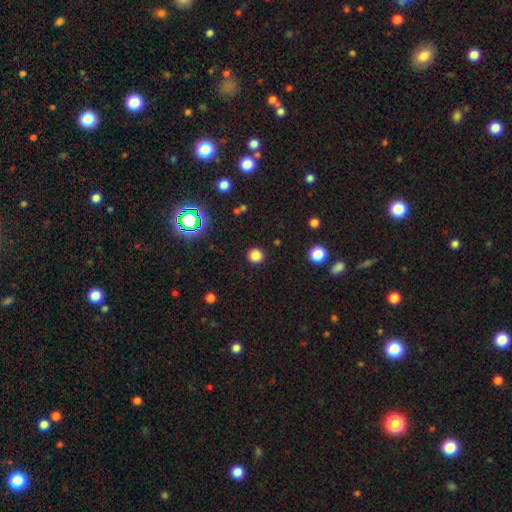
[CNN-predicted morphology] The model was most divided on "smooth or featured": smooth: 81%, star or artifact: 15%, featured or disk: 4%. More confident: how rounded — round (92%); merging — none (91%).